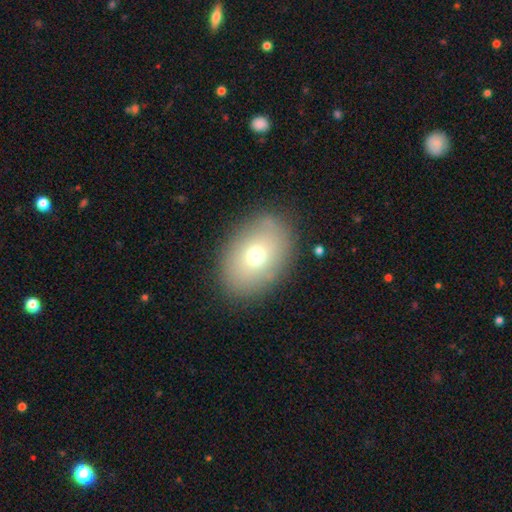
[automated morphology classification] A smooth galaxy with no disk features (69%) that is in between round and cigar-shaped (79%). Merging: none (86%).